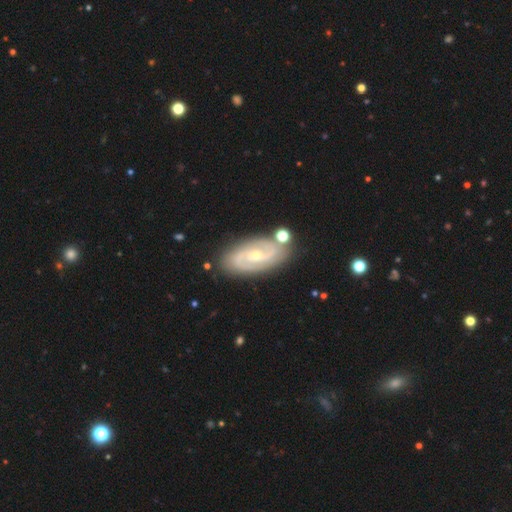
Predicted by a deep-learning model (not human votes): smooth-or-featured: featured or disk: 87% | smooth: 8% | star or artifact: 5%
  disk-edge-on: no: 96% | yes: 4%
    bar: weak: 42% (tied) | no: 42% (tied) | strong: 15%
    has-spiral-arms: yes: 96% | no: 4%
      spiral-winding: tight: 45% | medium: 44% | loose: 11%
      spiral-arm-count: 2: 86% | can't tell: 6% | 3: 4% | 1: 1% | 4: 1% | more than 4: 1%
    bulge-size: small: 52% | moderate: 45% | large: 1% | none: 1% | dominant: 1%
  merging: none: 80% | minor disturbance: 12% | merger: 5% | major disturbance: 3%